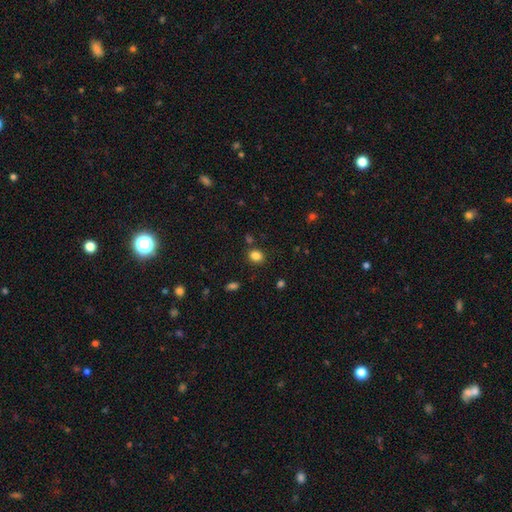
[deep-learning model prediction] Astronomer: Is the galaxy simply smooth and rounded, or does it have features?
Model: smooth — 84%.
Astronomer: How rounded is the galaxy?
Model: round — 60% (runner-up: in between, 39%).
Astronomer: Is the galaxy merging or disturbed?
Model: none — 83%.